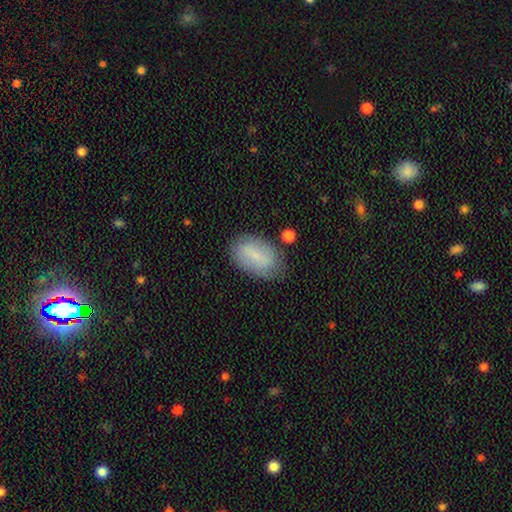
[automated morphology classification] smooth_or_featured: smooth (p=0.66) [alt: featured or disk p=0.27]
how_rounded: in between (p=0.90) [alt: round p=0.07]
merging: none (p=0.72) [alt: minor disturbance p=0.20]